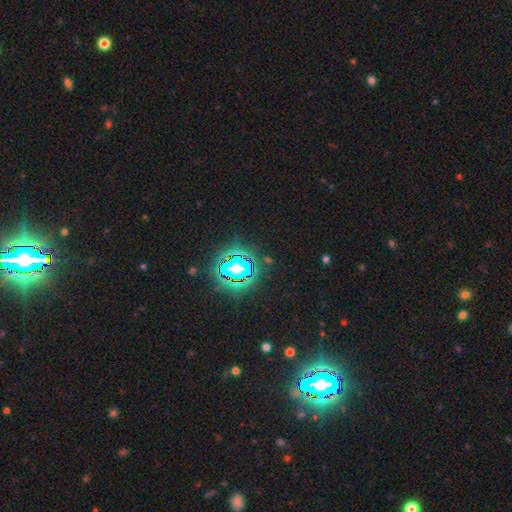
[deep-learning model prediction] Smooth or featured? Predicted: star or artifact (p=0.85).